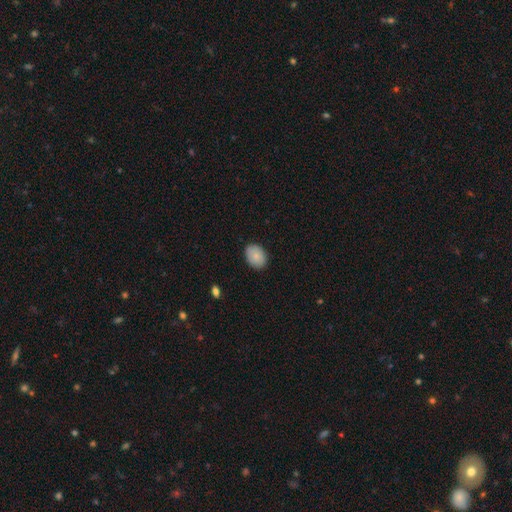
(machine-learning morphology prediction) Overall: smooth (85%). How rounded: in between (68%; round 31%). Merging: none (86%).